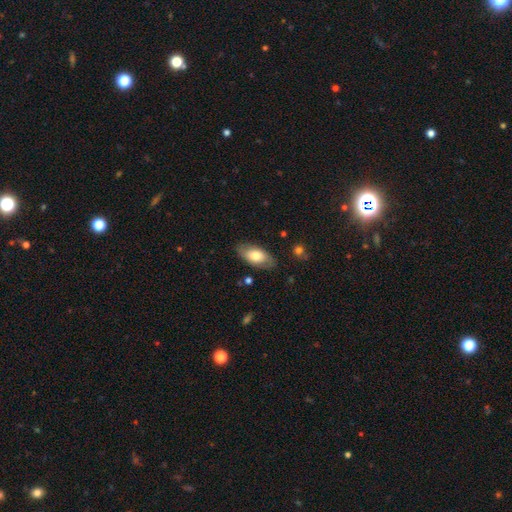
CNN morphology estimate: smooth-or-featured: smooth: 68% | featured or disk: 26% | star or artifact: 6%
  how-rounded: in between: 92% | cigar-shaped: 5% | round: 3%
  merging: none: 81% | minor disturbance: 14% | major disturbance: 3% | merger: 1%